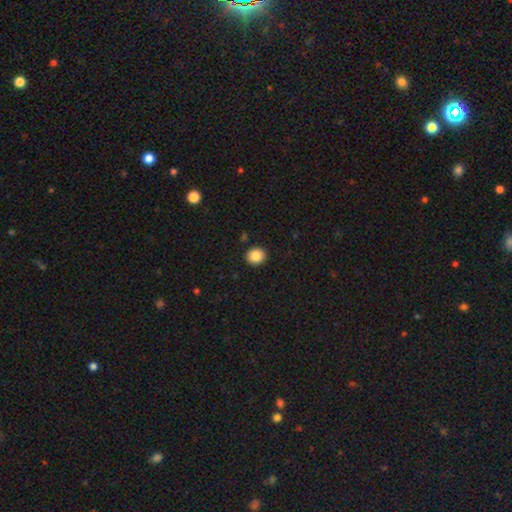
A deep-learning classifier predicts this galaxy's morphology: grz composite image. It shows a smooth galaxy with no disk features (86%) that is round (84%). Merging: none (92%).